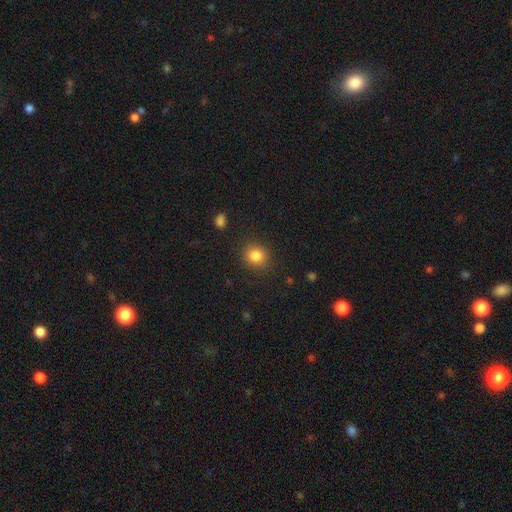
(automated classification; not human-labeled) Smooth or featured: smooth — 83% (star or artifact — 11%)
How rounded: round — 81% (in between — 18%)
Merging: none — 88% (minor disturbance — 8%)